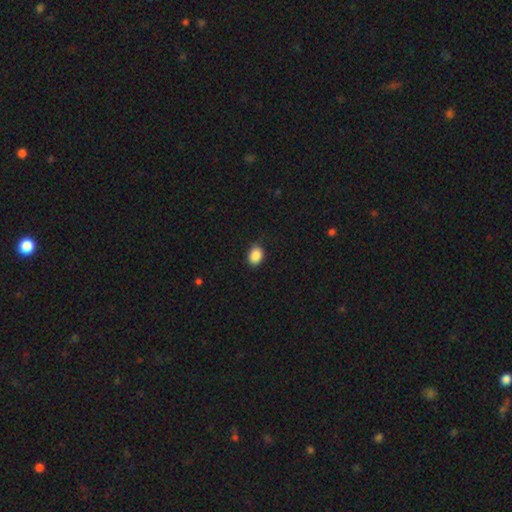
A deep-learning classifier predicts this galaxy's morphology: smooth 89%, star or artifact 8%, featured or disk 3%. Down the decision tree: how rounded — in between (68%); merging — none (83%).